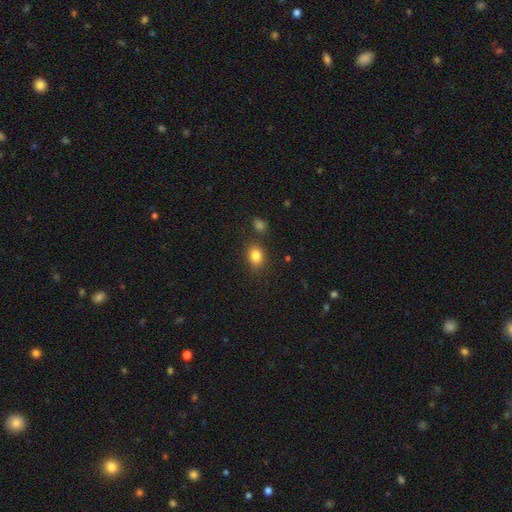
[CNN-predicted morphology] This appears to be a smooth galaxy with no disk features (83%) that is in between round and cigar-shaped (61%). Merging: none (78%).